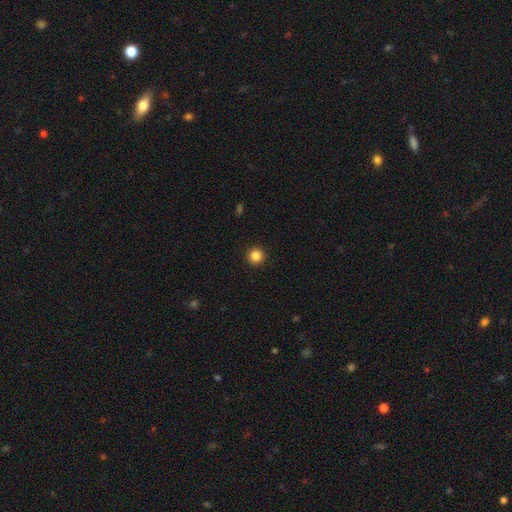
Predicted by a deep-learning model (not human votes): Overall: smooth (85%). How rounded: round (96%). Merging: none (93%).